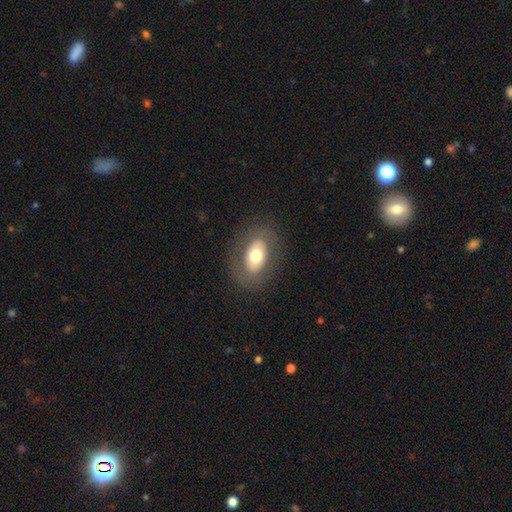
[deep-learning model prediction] smooth-or-featured: smooth: 64% | featured or disk: 29% | star or artifact: 8%
  how-rounded: in between: 87% | round: 12% | cigar-shaped: 2%
  merging: none: 82% | minor disturbance: 11% | major disturbance: 6% | merger: 1%